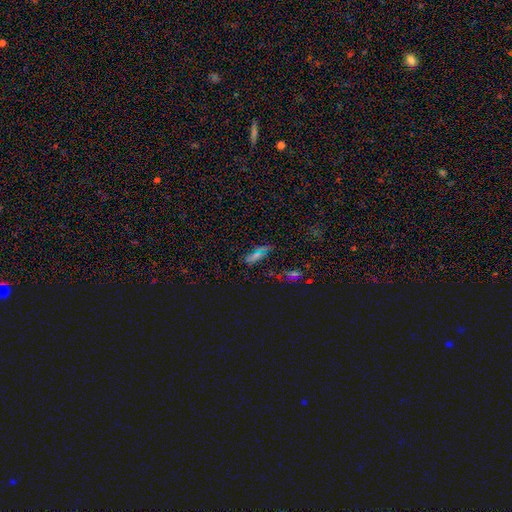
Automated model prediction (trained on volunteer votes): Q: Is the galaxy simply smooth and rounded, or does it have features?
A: star or artifact — 48%.